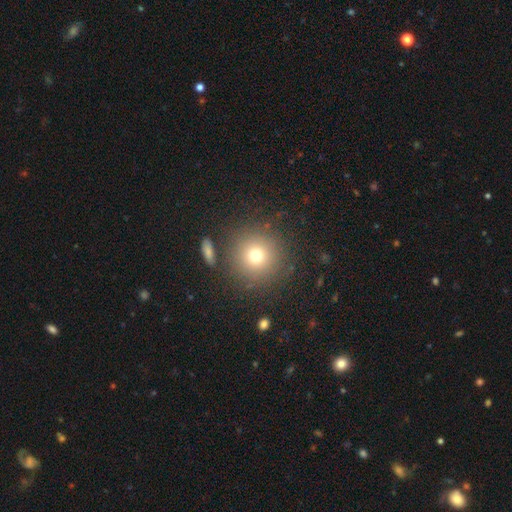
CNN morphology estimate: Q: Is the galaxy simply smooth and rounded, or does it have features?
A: smooth — 73%.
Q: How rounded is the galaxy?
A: round — 95%.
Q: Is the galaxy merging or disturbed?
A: none — 85%.